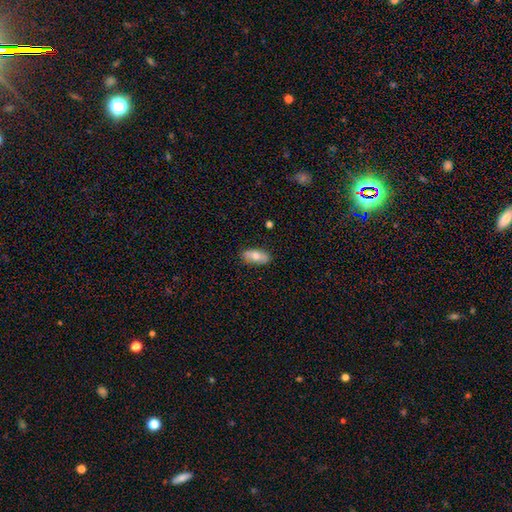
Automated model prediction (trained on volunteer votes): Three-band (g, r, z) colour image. It shows a smooth galaxy with no disk features (71%) that is in between round and cigar-shaped (84%). Merging: none (87%).